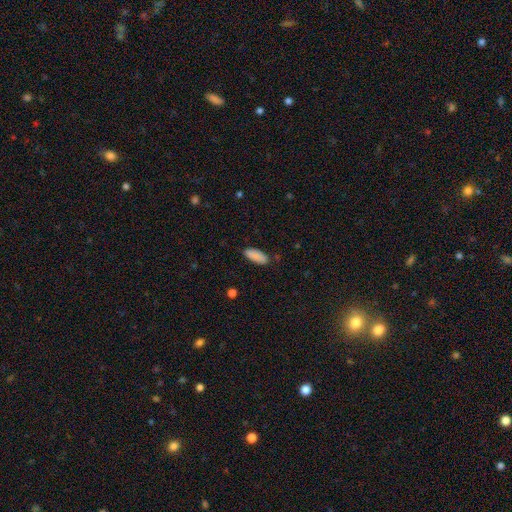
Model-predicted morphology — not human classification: smooth-or-featured: smooth: 89% | star or artifact: 7% | featured or disk: 4%
  how-rounded: in between: 81% | cigar-shaped: 18% | round: 2%
  merging: none: 84% | minor disturbance: 12% | major disturbance: 2% | merger: 2%